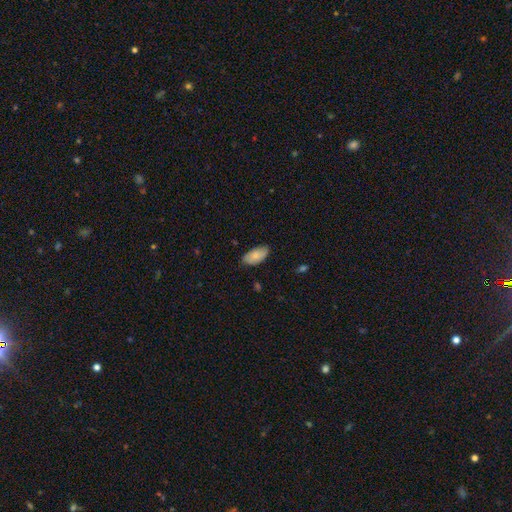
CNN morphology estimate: Smooth or featured? Predicted: smooth (p=0.76). How rounded? Predicted: in between (p=0.94). Merging? Predicted: none (p=0.74).